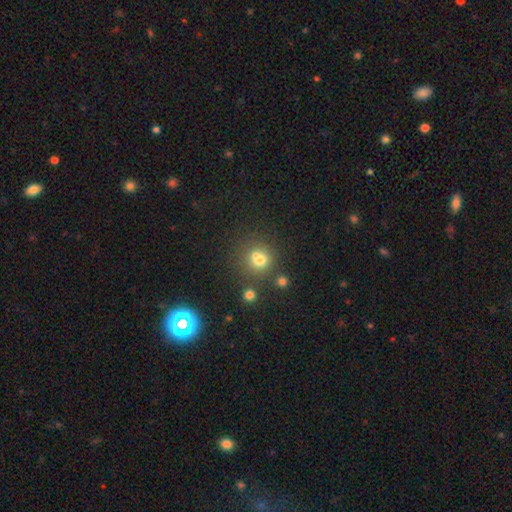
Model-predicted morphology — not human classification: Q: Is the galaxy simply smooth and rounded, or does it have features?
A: smooth — 68%.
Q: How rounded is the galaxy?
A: round — 82%.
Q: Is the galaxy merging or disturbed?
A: none — 49%.